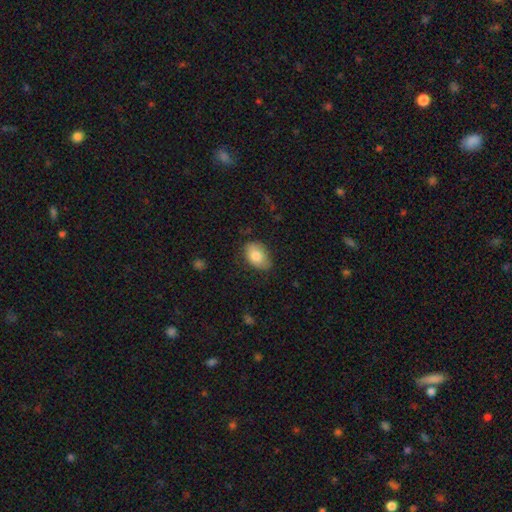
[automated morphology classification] Smooth or featured: smooth — 83% (featured or disk — 10%)
How rounded: in between — 86% (round — 13%)
Merging: none — 68% (minor disturbance — 26%)